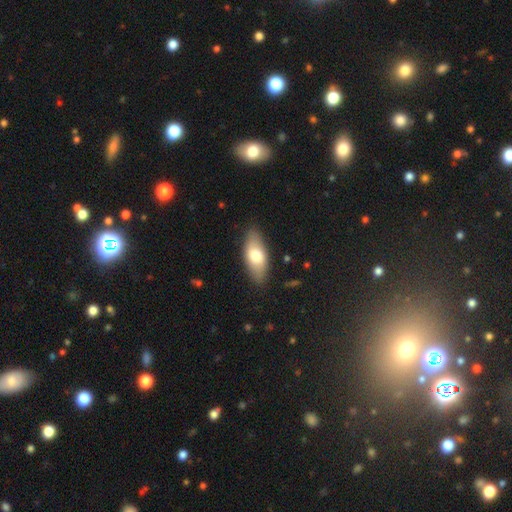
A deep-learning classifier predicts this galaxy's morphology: smooth_or_featured: smooth (p=0.71) [alt: featured or disk p=0.23]
how_rounded: in between (p=0.86) [alt: cigar-shaped p=0.12]
merging: none (p=0.85) [alt: minor disturbance p=0.11]